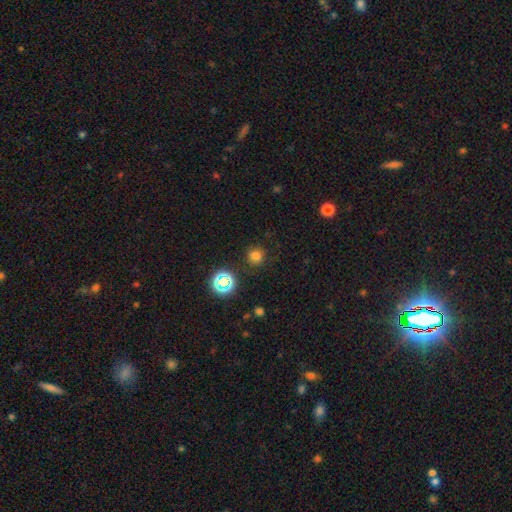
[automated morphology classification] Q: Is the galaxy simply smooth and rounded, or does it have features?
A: smooth — 73%.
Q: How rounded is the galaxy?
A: round — 92%.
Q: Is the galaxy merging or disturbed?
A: none — 87%.